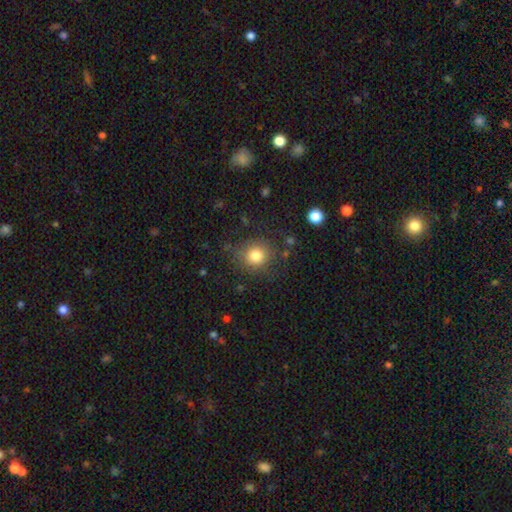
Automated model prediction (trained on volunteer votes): Q: Smooth or featured?
A: smooth (80%); runner-up: star or artifact (12%)
Q: How rounded?
A: round (84%); runner-up: in between (15%)
Q: Merging?
A: none (80%); runner-up: minor disturbance (13%)